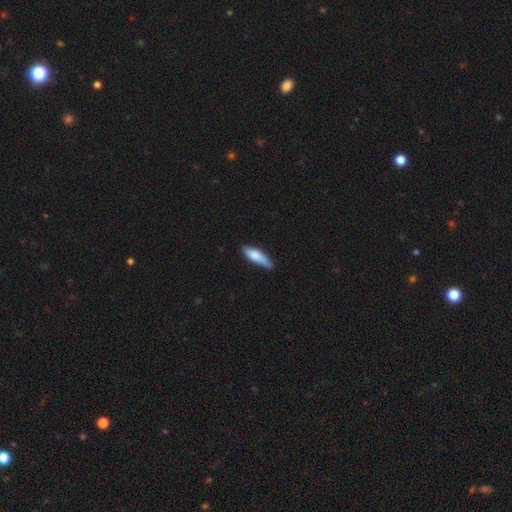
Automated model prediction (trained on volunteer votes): This is likely a smooth galaxy (79%). How rounded: possibly cigar-shaped (57%). Merging: likely none (63%).